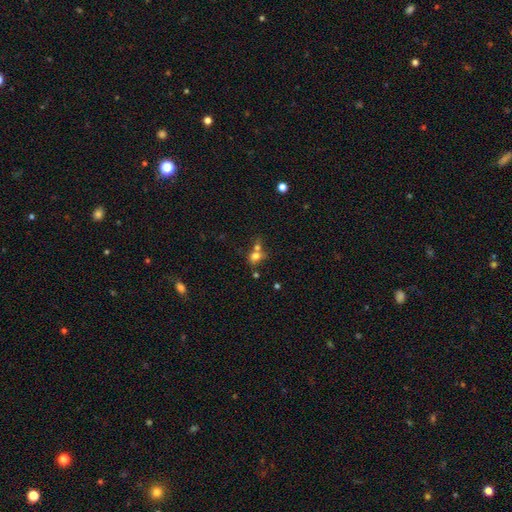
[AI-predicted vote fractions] smooth-or-featured: smooth: 72% | star or artifact: 14% | featured or disk: 14%
  how-rounded: round: 61% | in between: 38% | cigar-shaped: 2%
  merging: merger: 52% | none: 32% | minor disturbance: 10% | major disturbance: 6%